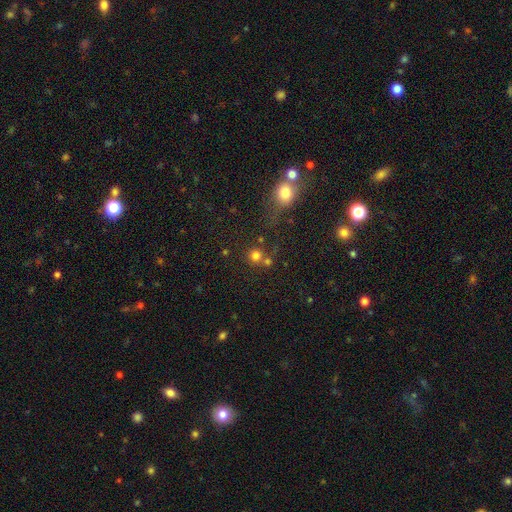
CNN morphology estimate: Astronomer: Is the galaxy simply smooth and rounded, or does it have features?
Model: smooth — 75%.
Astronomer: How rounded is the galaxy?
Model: round — 91%.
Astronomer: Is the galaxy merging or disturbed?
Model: none — 65%.